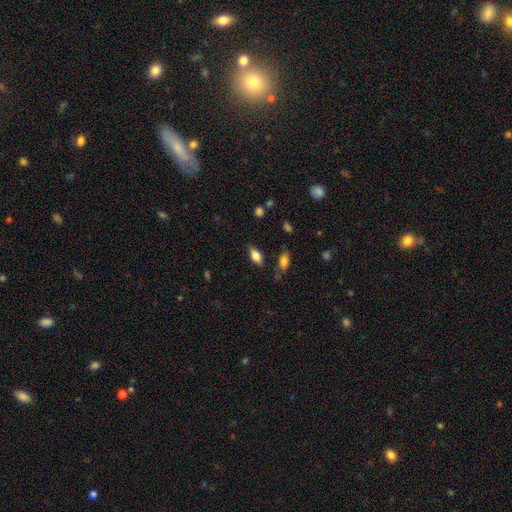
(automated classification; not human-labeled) This appears to be a smooth galaxy with no disk features (78%) that is in between round and cigar-shaped (88%). Merging: none (79%).